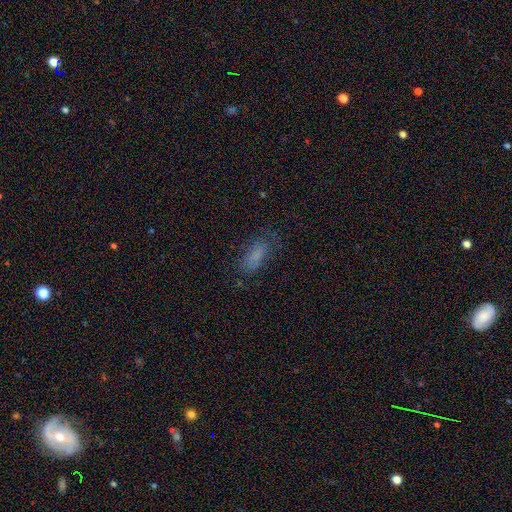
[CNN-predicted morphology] The model was most divided on "merging": none: 60%, minor disturbance: 23%, major disturbance: 14%, merger: 2%. More confident: how rounded — in between (76%); smooth or featured — smooth (67%).